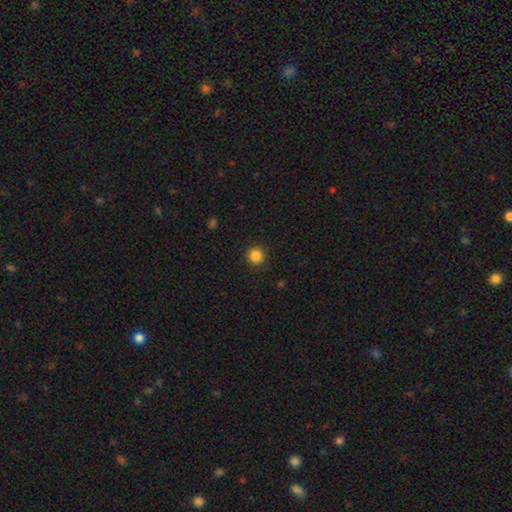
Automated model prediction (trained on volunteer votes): Smooth or featured: smooth — 85% (star or artifact — 11%)
How rounded: round — 95% (in between — 4%)
Merging: none — 92% (minor disturbance — 6%)